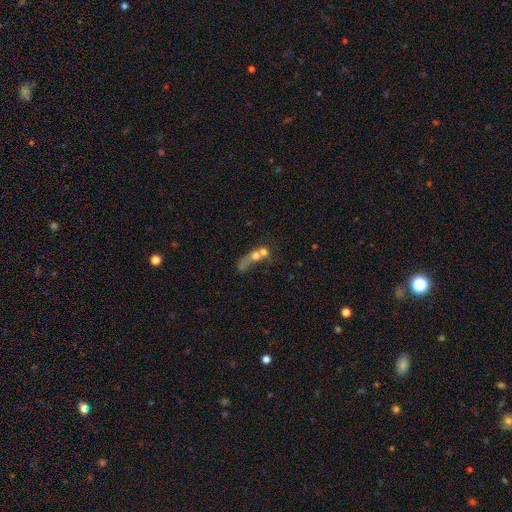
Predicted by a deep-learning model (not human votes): Smooth or featured? Predicted: smooth (p=0.55). How rounded? Predicted: round (p=0.49). Merging? Predicted: merger (p=0.67).